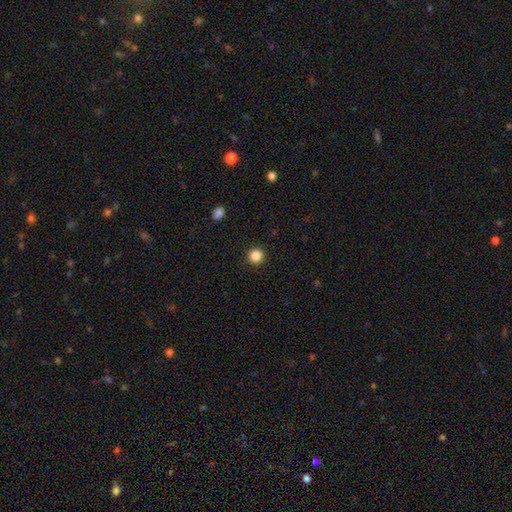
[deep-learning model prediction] Morphology: type=smooth (86%); roundness=round (95%); merging=none (93%).